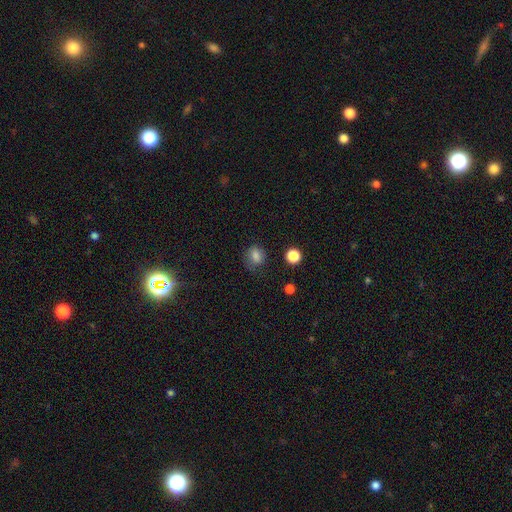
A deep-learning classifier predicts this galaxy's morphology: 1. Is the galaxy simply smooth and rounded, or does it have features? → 80% smooth, 13% star or artifact, 7% featured or disk.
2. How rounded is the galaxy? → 55% round, 44% in between, 1% cigar-shaped.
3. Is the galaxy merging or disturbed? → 68% none, 21% minor disturbance, 9% major disturbance, 2% merger.